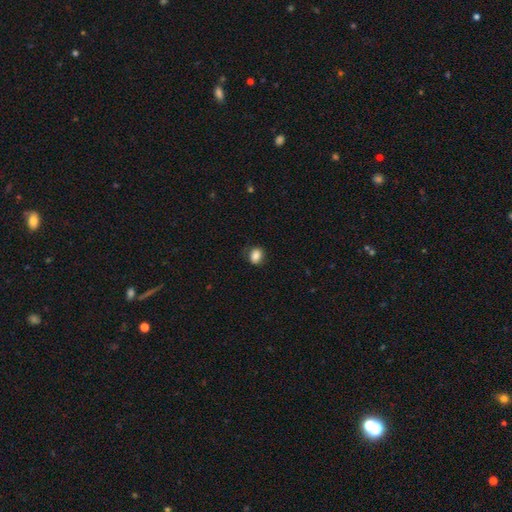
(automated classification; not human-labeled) Smooth or featured? Predicted: smooth (p=0.84). How rounded? Predicted: in between (p=0.53). Merging? Predicted: none (p=0.80).